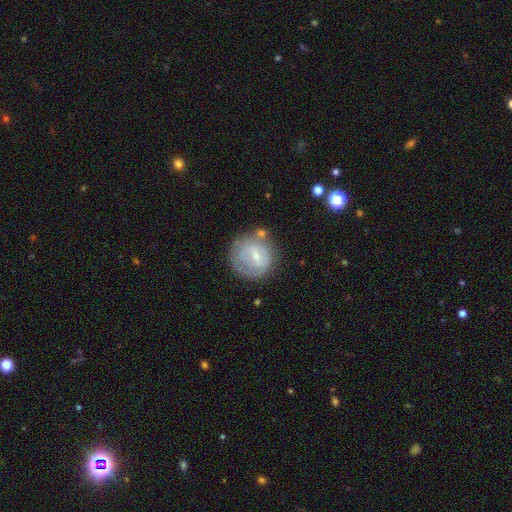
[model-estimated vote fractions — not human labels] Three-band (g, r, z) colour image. It shows a featured or disk galaxy (56%) with a weak bar (53%), spiral arms (54%) and a small central bulge (60%). Merging: none (59%).